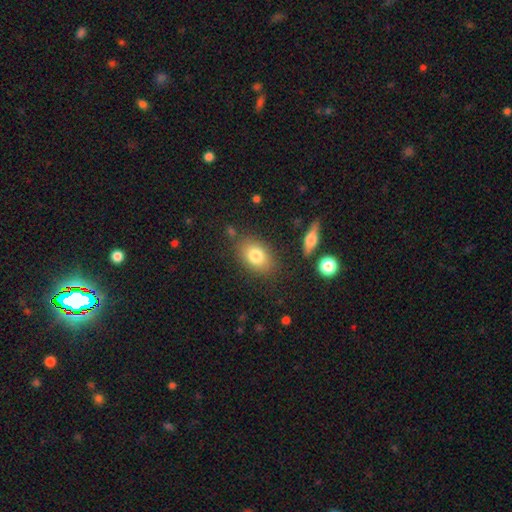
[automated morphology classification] smooth 79%, featured or disk 12%, star or artifact 9%. Down the decision tree: how rounded — in between (79%); merging — none (80%).